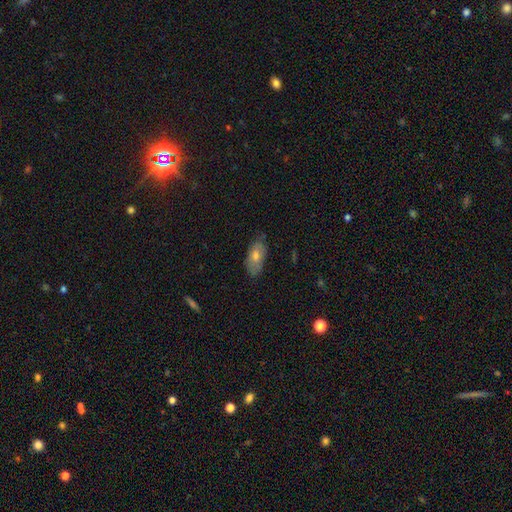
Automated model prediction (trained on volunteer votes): A smooth galaxy with no disk features (59%) that is in between round and cigar-shaped (85%). Merging: none (76%).